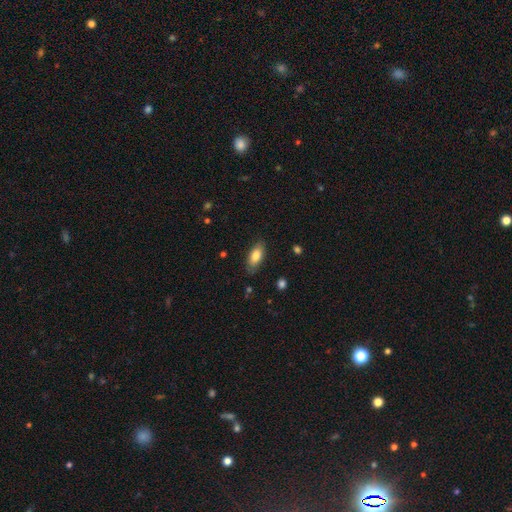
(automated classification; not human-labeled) A smooth galaxy with no disk features (81%) that is in between round and cigar-shaped (86%). Merging: none (81%).